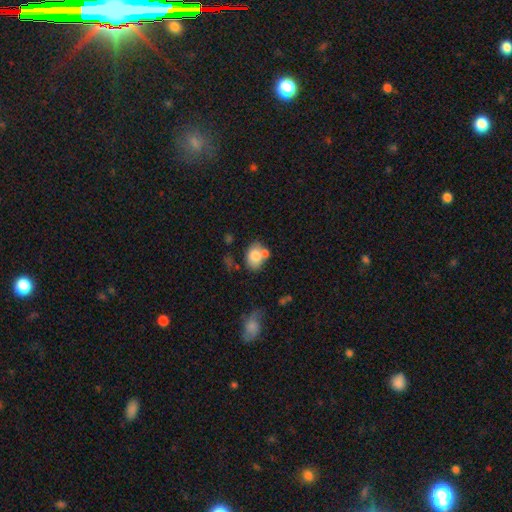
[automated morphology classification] Q: Smooth or featured?
A: smooth (77%); runner-up: featured or disk (14%)
Q: How rounded?
A: in between (61%); runner-up: round (38%)
Q: Merging?
A: none (52%); runner-up: merger (27%)